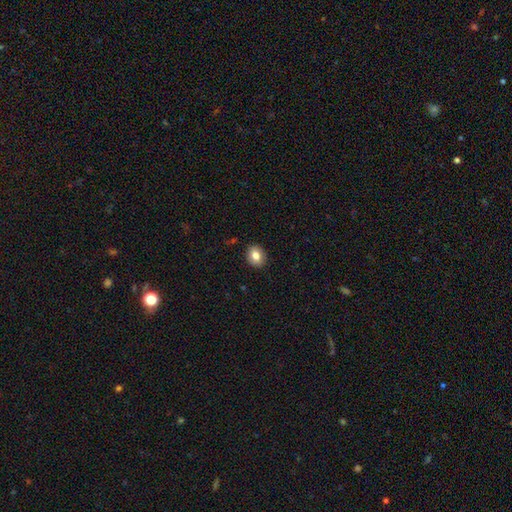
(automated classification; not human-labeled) Overall: smooth (80%). How rounded: round (55%; in between 44%). Merging: none (90%).